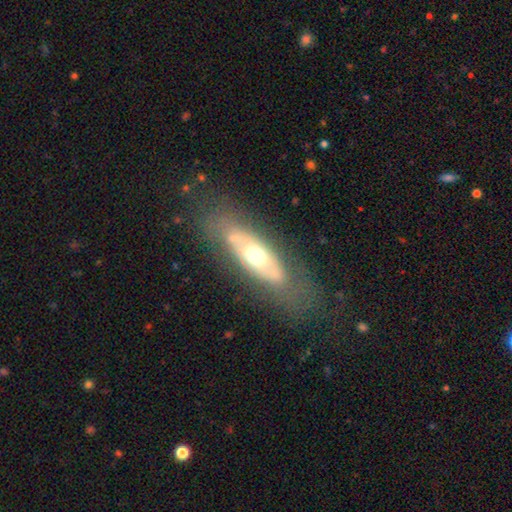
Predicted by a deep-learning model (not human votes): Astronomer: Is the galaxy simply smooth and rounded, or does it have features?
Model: featured or disk — 55% (runner-up: smooth, 38%).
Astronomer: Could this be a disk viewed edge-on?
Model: no — 69%.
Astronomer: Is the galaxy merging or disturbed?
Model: none — 66%.